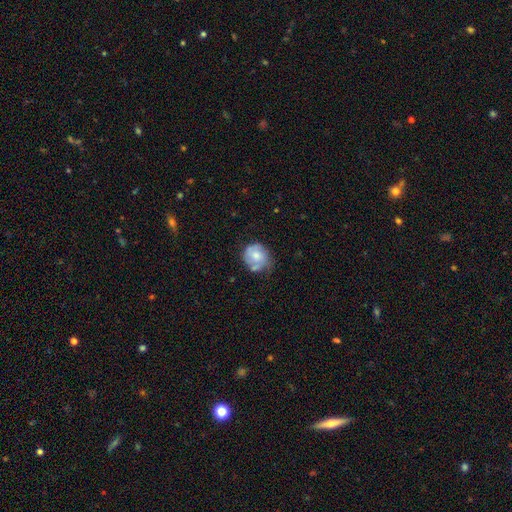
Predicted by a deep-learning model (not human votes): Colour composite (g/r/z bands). It shows a smooth galaxy with no disk features (48%). Merging: none (50%).